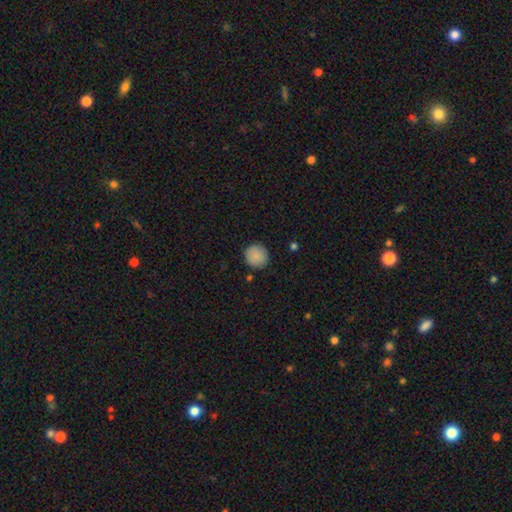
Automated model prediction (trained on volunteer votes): Smooth or featured?
  - smooth: 88% *
  - star or artifact: 8%
  - featured or disk: 4%
How rounded?
  - round: 94% *
  - in between: 5%
  - cigar-shaped: 1%
Merging?
  - none: 89% *
  - minor disturbance: 7%
  - major disturbance: 2%
  - merger: 2%